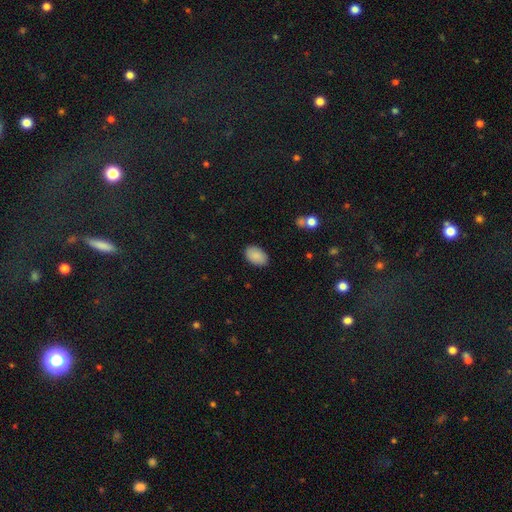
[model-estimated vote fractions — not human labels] A smooth galaxy with no disk features (89%) that is in between round and cigar-shaped (92%).

Vote fractions:
- Smooth or featured? smooth: 89% / star or artifact: 7% / featured or disk: 4%
- How rounded? in between: 92% / round: 7% / cigar-shaped: 1%
- Merging? none: 88% / minor disturbance: 9% / major disturbance: 2% / merger: 1%